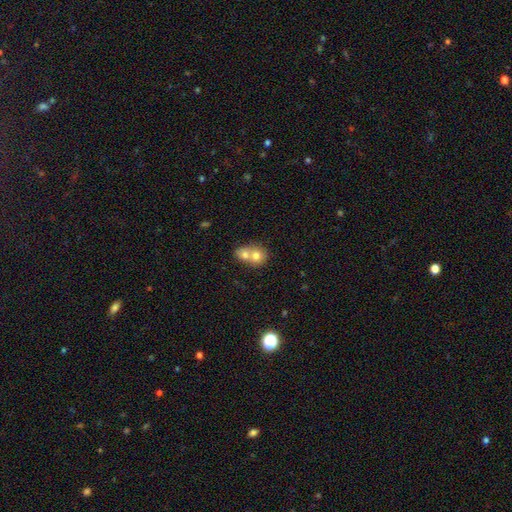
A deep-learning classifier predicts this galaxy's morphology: This appears to be a smooth galaxy with no disk features (70%) that is round (67%). Merging: merger (74%).